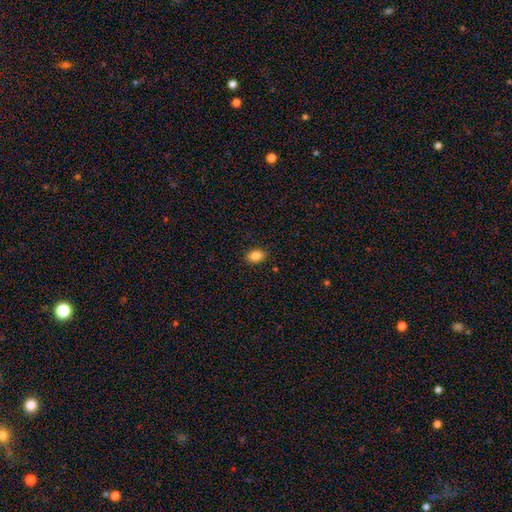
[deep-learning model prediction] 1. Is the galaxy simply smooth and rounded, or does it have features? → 86% smooth, 9% star or artifact, 5% featured or disk.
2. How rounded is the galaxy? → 73% in between, 26% round, 1% cigar-shaped.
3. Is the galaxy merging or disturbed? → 88% none, 9% minor disturbance, 2% major disturbance, 1% merger.